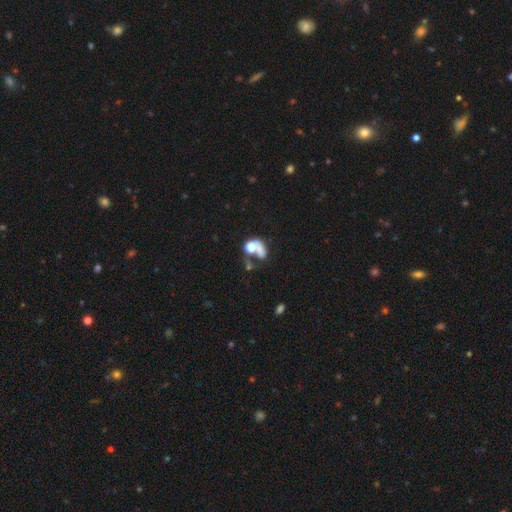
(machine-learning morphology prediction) A star or artifact, not a galaxy (47%).

Vote fractions:
- Smooth or featured? star or artifact: 47% / smooth: 37% / featured or disk: 16%